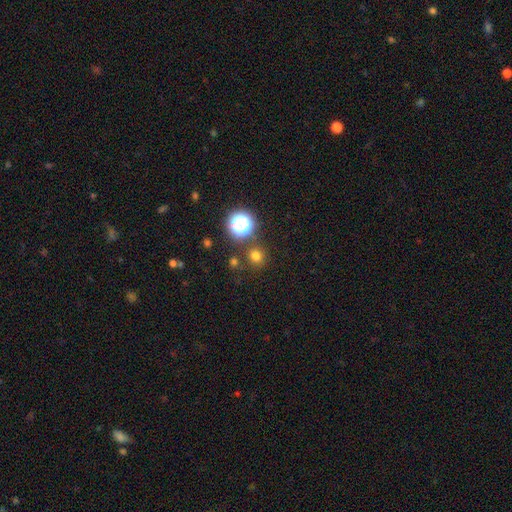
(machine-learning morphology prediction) Smooth or featured? smooth (71%)
How rounded? round (92%)
Merging? none (85%)